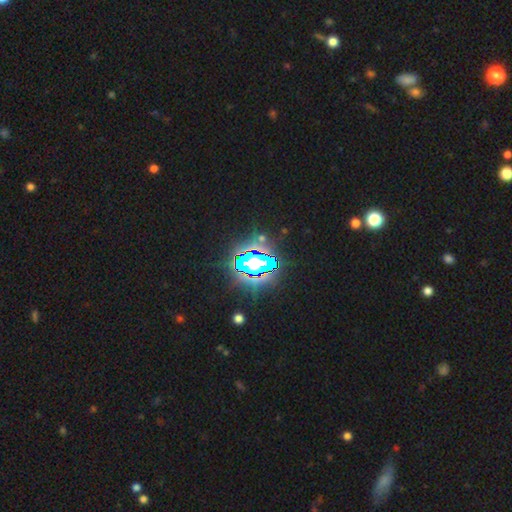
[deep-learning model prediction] Overall: star or artifact (80%).